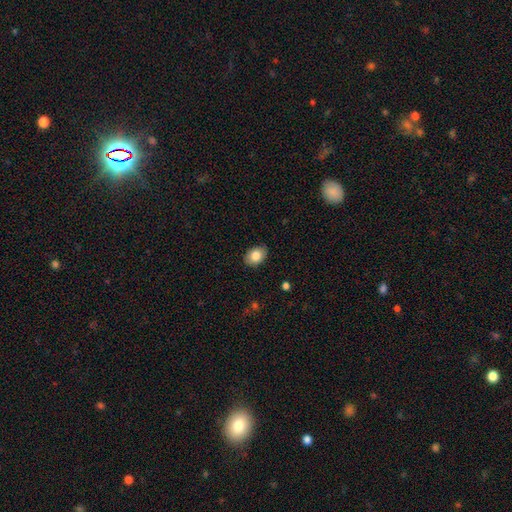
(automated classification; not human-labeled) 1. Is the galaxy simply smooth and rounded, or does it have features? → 82% smooth, 10% featured or disk, 8% star or artifact.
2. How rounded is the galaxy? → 77% in between, 22% round, 1% cigar-shaped.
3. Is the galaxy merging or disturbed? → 86% none, 11% minor disturbance, 2% major disturbance, 1% merger.